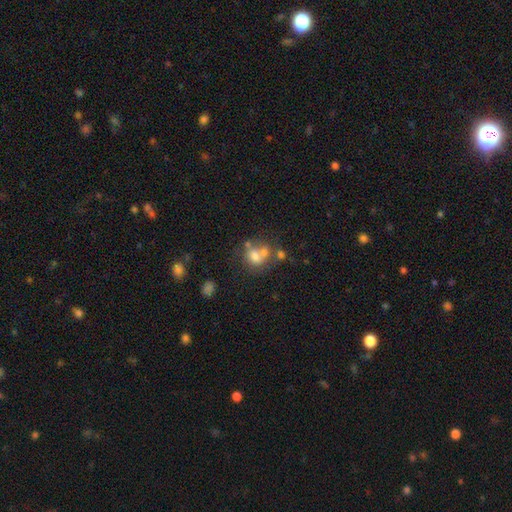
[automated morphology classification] A smooth galaxy with no disk features (60%) that is round (62%).

Vote fractions:
- Smooth or featured? smooth: 60% / featured or disk: 25% / star or artifact: 14%
- How rounded? round: 62% / in between: 37% / cigar-shaped: 1%
- Merging? merger: 48% / none: 33% / minor disturbance: 11% / major disturbance: 8%